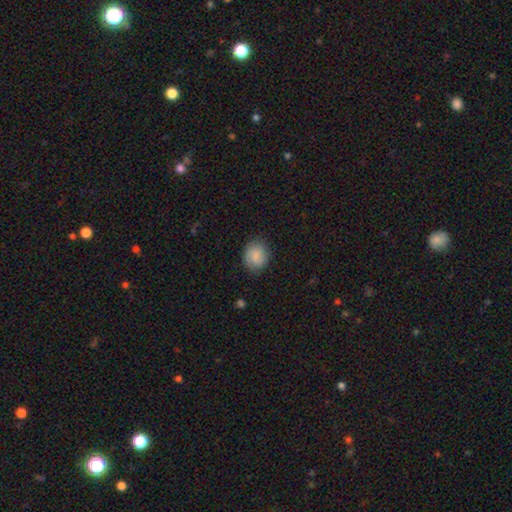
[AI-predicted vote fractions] smooth 83%, featured or disk 10%, star or artifact 7%. Down the decision tree: how rounded — round (68%); merging — none (80%).